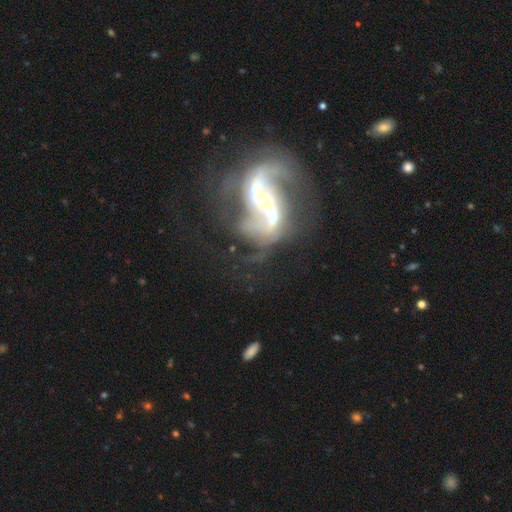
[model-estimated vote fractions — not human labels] Overall: featured or disk (88%). Edge-on disk: no (97%). Bar: weak (35%; no 32%). Spiral arms: yes (95%). Spiral arm count: 2 (86%). Spiral winding: loose (51%; medium 38%). Bulge size: small (53%; moderate 39%). Merging: none (53%; major disturbance 19%).